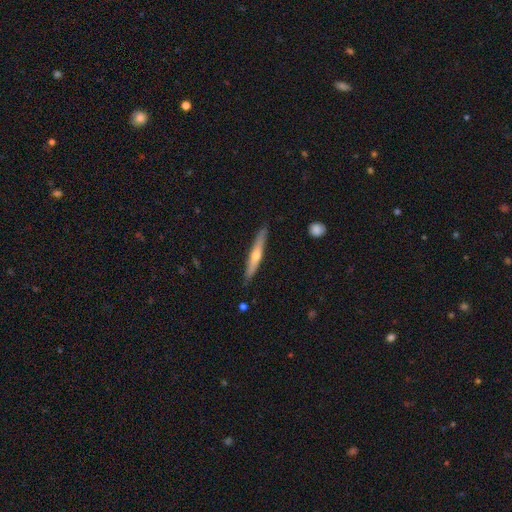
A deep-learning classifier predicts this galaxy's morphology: This appears to be a featured or disk galaxy (57%) viewed edge-on (94%) with a rounded central bulge (82%). Merging: none (88%).